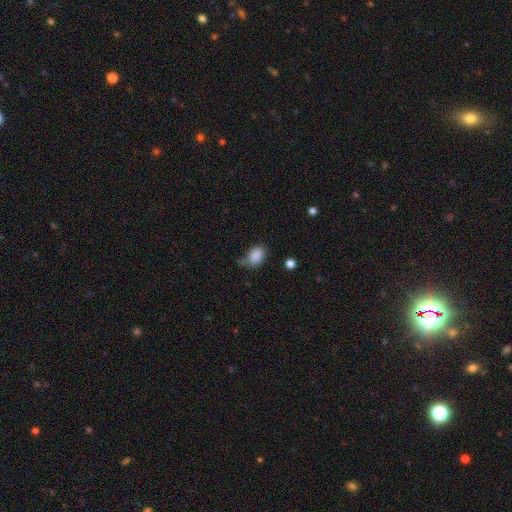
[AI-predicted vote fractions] Smooth or featured? smooth (86%)
How rounded? in between (72%)
Merging? none (50%)